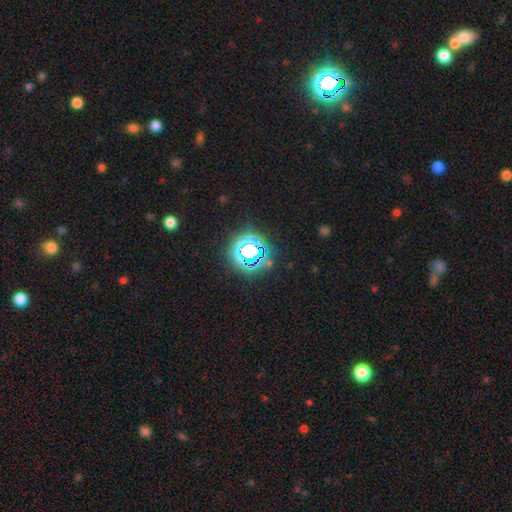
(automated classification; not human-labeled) Smooth or featured? star or artifact (73%)